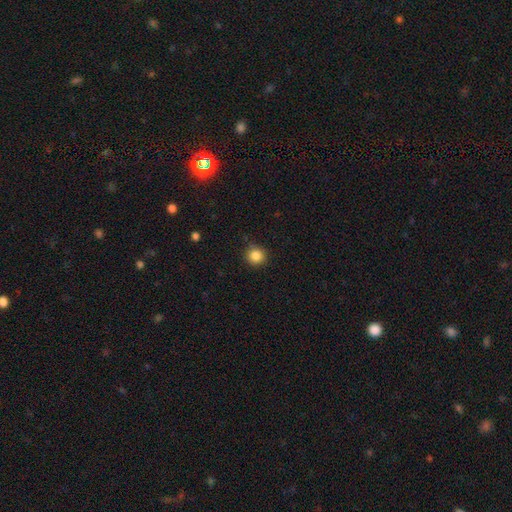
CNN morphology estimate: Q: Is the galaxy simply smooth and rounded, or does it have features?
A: smooth — 86%.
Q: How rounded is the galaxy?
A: round — 93%.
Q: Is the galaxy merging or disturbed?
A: none — 87%.